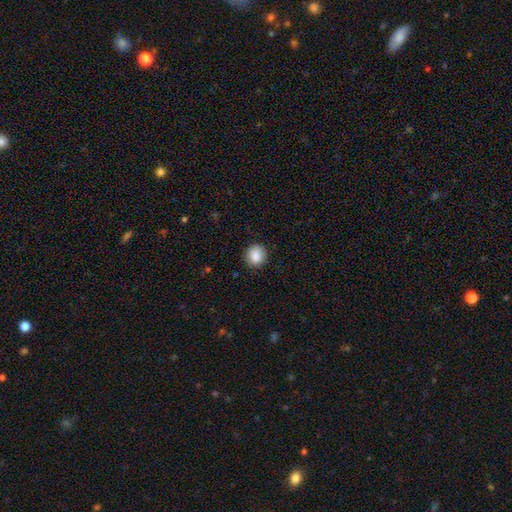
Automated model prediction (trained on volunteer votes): smooth-or-featured: smooth: 88% | star or artifact: 8% | featured or disk: 4%
  how-rounded: round: 85% | in between: 14% | cigar-shaped: 1%
  merging: none: 89% | minor disturbance: 8% | major disturbance: 2% | merger: 1%